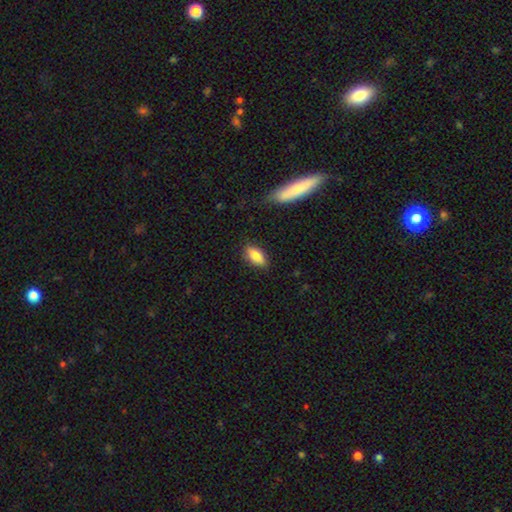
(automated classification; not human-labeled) Q: Smooth or featured?
A: smooth (80%); runner-up: featured or disk (13%)
Q: How rounded?
A: in between (82%); runner-up: cigar-shaped (15%)
Q: Merging?
A: none (83%); runner-up: minor disturbance (13%)